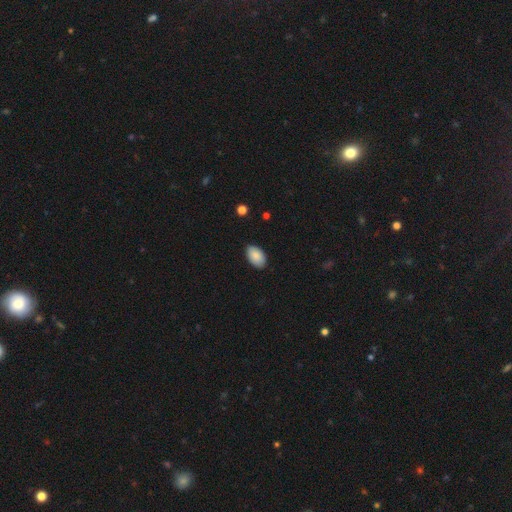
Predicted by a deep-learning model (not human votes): This appears to be a smooth galaxy with no disk features (88%) that is in between round and cigar-shaped (93%). Merging: none (86%).